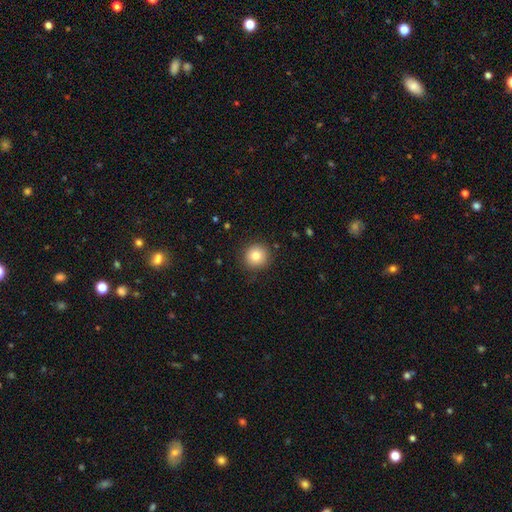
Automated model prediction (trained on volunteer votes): This is clearly a smooth galaxy (81%). How rounded: clearly round (93%). Merging: clearly none (89%).